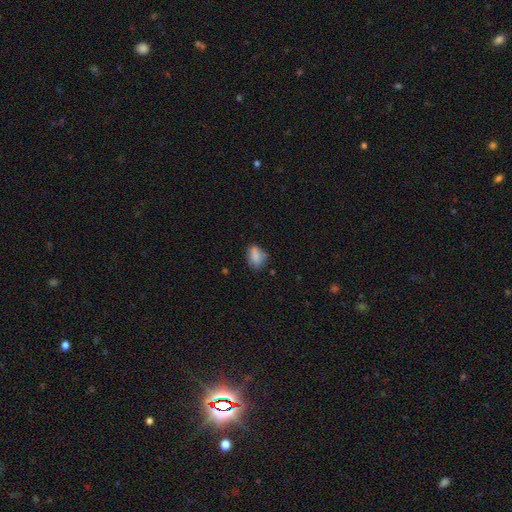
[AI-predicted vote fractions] Overall: smooth (81%). How rounded: in between (78%). Merging: none (58%; minor disturbance 30%).